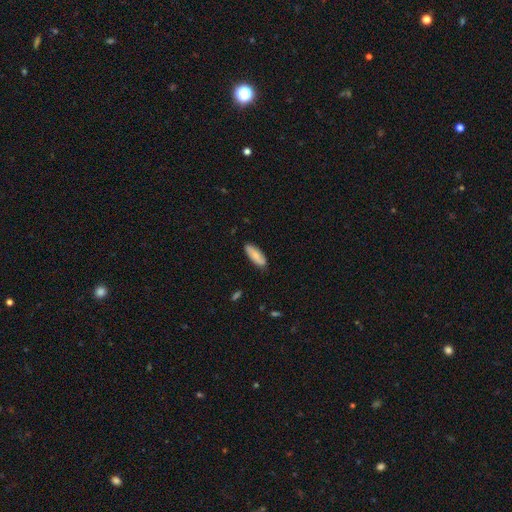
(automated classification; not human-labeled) Smooth or featured: smooth — 74% (featured or disk — 20%)
How rounded: in between — 65% (cigar-shaped — 33%)
Merging: none — 85% (minor disturbance — 12%)